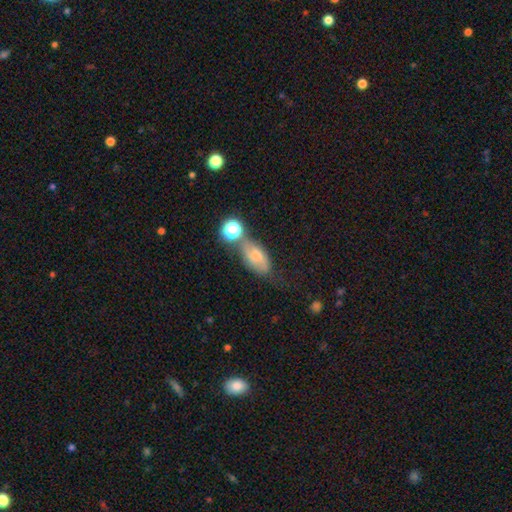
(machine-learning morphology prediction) A smooth galaxy with no disk features (62%) that is in between round and cigar-shaped (83%). Merging: none (39%).